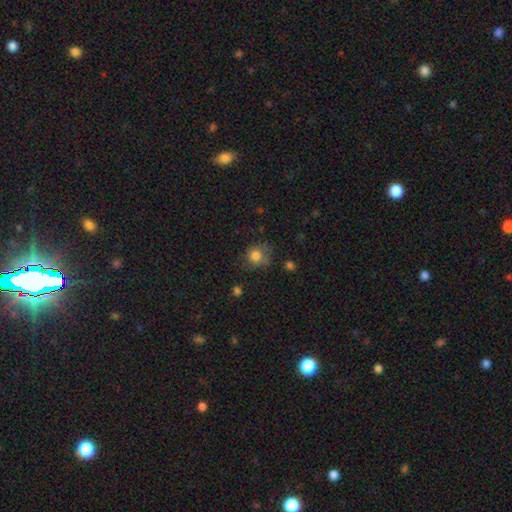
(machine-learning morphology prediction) This is likely a smooth galaxy (79%). How rounded: clearly round (80%). Merging: likely none (61%).